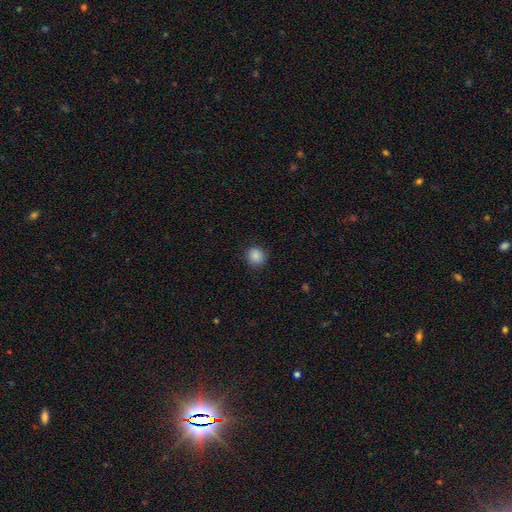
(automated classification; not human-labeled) Morphology: type=smooth (87%); roundness=round (91%); merging=none (90%).